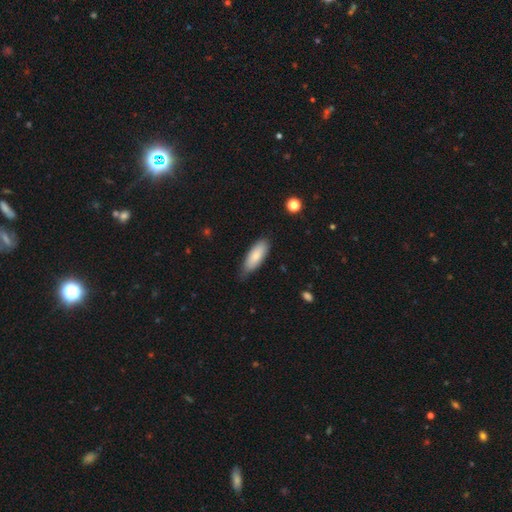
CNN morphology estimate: Smooth or featured?
  - smooth: 81% *
  - featured or disk: 13%
  - star or artifact: 6%
How rounded?
  - in between: 70% *
  - cigar-shaped: 29%
  - round: 2%
Merging?
  - none: 69% *
  - minor disturbance: 26%
  - major disturbance: 4%
  - merger: 2%